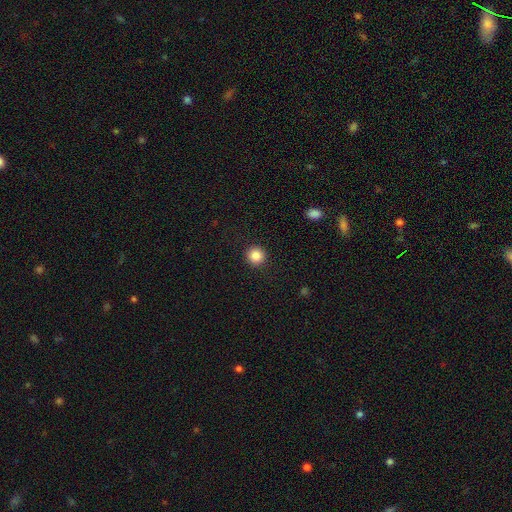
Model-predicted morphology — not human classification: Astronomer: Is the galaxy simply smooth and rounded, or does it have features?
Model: smooth — 86%.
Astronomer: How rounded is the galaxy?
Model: round — 95%.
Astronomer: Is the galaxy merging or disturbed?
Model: none — 92%.